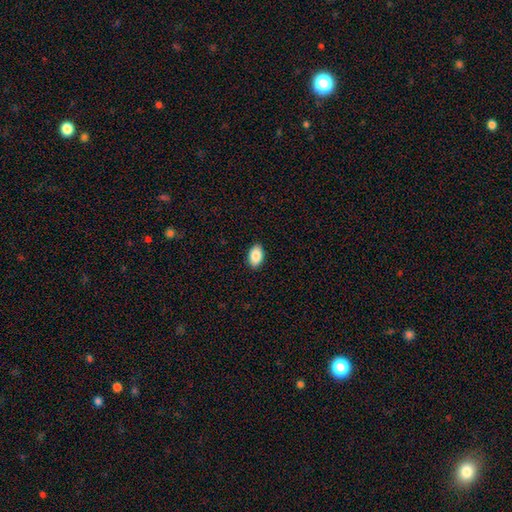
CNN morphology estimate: Smooth or featured? smooth (88%)
How rounded? in between (92%)
Merging? none (90%)